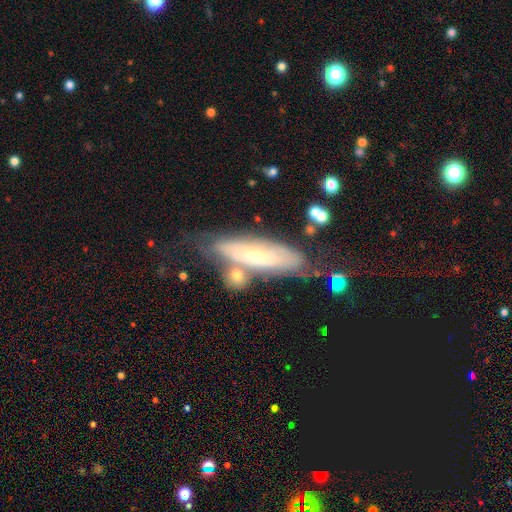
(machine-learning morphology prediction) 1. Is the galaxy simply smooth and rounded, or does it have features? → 56% featured or disk, 37% smooth, 7% star or artifact.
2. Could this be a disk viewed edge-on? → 59% no, 41% yes.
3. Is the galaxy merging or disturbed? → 55% none, 22% minor disturbance, 14% merger, 9% major disturbance.